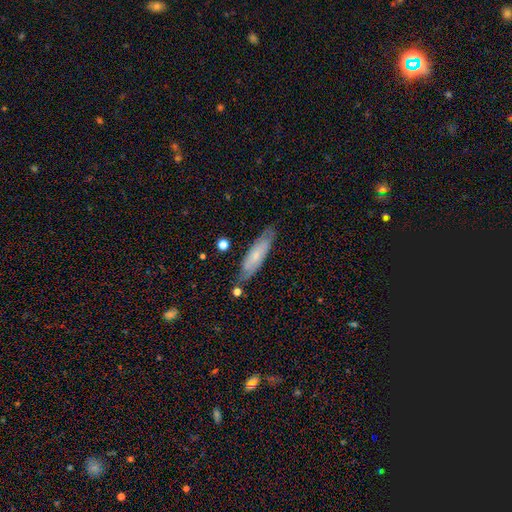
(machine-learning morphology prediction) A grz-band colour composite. It shows a smooth galaxy with no disk features (49%). Merging: none (76%).